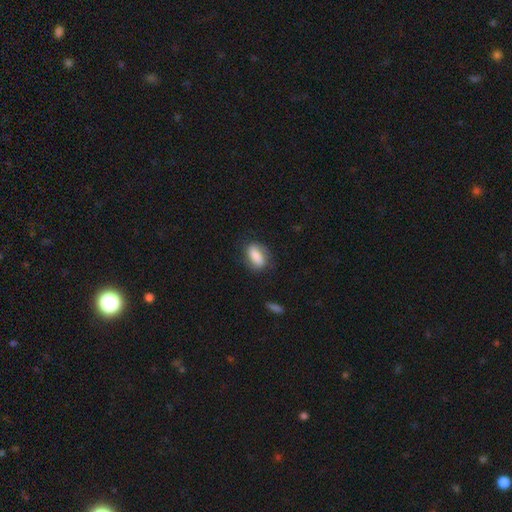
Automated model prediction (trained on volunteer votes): Smooth or featured: smooth — 76% (featured or disk — 17%)
How rounded: in between — 83% (cigar-shaped — 10%)
Merging: none — 74% (minor disturbance — 18%)